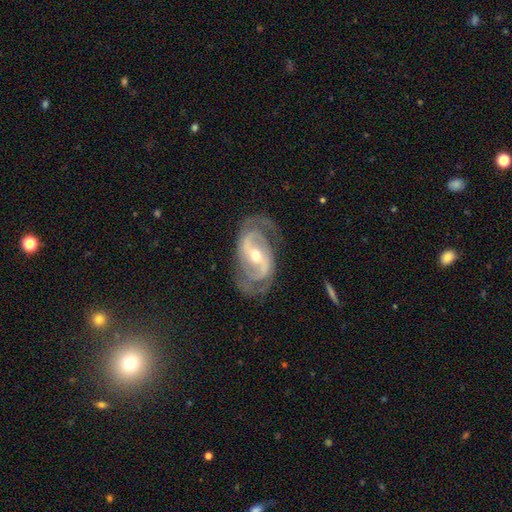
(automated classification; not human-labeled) Smooth or featured?
  - featured or disk: 89% *
  - smooth: 6%
  - star or artifact: 5%
Edge-on disk?
  - no: 96% *
  - yes: 4%
Bar?
  - strong: 44% *
  - weak: 38%
  - no: 18%
Spiral arms?
  - yes: 95% *
  - no: 5%
Spiral winding?
  - medium: 47% *
  - tight: 37%
  - loose: 16%
Spiral arm count?
  - 2: 82% *
  - can't tell: 7%
  - 3: 5%
  - 1: 2%
  - 4: 2%
  - more than 4: 2%
Bulge size?
  - moderate: 60% *
  - small: 36%
  - large: 3%
  - none: 1%
  - dominant: 1%
Merging?
  - none: 75% *
  - minor disturbance: 15%
  - major disturbance: 9%
  - merger: 1%